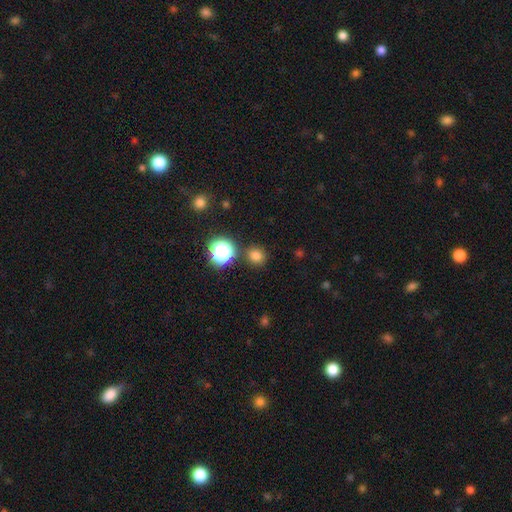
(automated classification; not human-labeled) Overall: smooth (75%). How rounded: round (85%). Merging: none (85%).